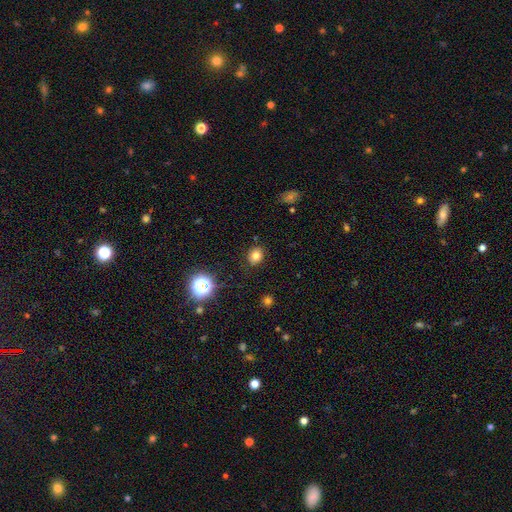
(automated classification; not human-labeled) Smooth or featured? Predicted: smooth (p=0.77). How rounded? Predicted: round (p=0.59). Merging? Predicted: none (p=0.86).